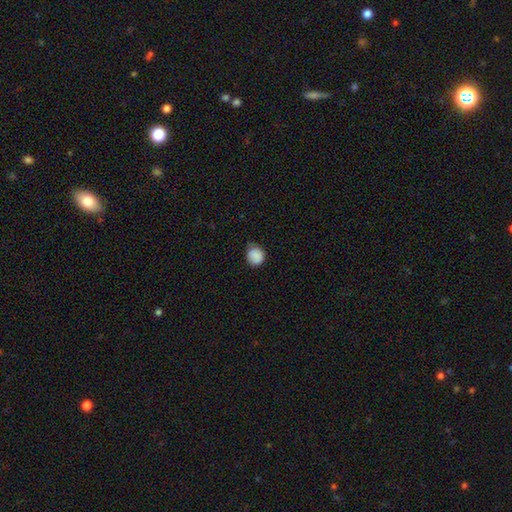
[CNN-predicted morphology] smooth 87%, star or artifact 8%, featured or disk 5%. Down the decision tree: how rounded — round (80%); merging — none (62%).